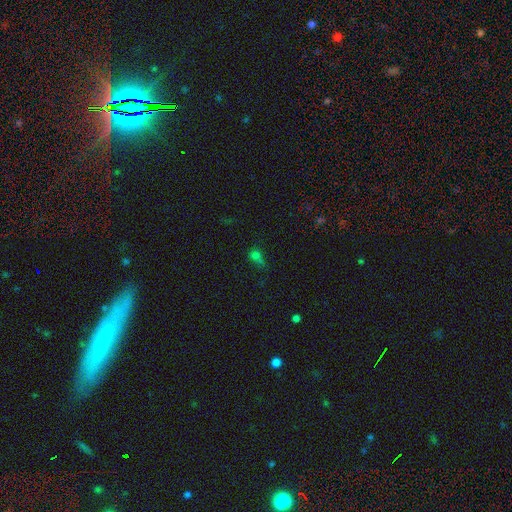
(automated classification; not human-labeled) A smooth galaxy with no disk features (57%) that is round (59%).

Vote fractions:
- Smooth or featured? smooth: 57% / star or artifact: 31% / featured or disk: 12%
- How rounded? round: 59% / in between: 36% / cigar-shaped: 5%
- Merging? none: 45% / minor disturbance: 22% / major disturbance: 18% / merger: 16%